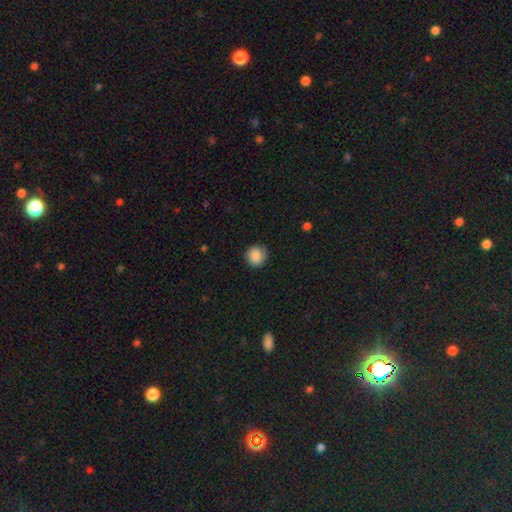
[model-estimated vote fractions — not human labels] A smooth galaxy with no disk features (88%) that is round (92%).

Vote fractions:
- Smooth or featured? smooth: 88% / star or artifact: 8% / featured or disk: 4%
- How rounded? round: 92% / in between: 7% / cigar-shaped: 1%
- Merging? none: 87% / minor disturbance: 10% / major disturbance: 2% / merger: 1%